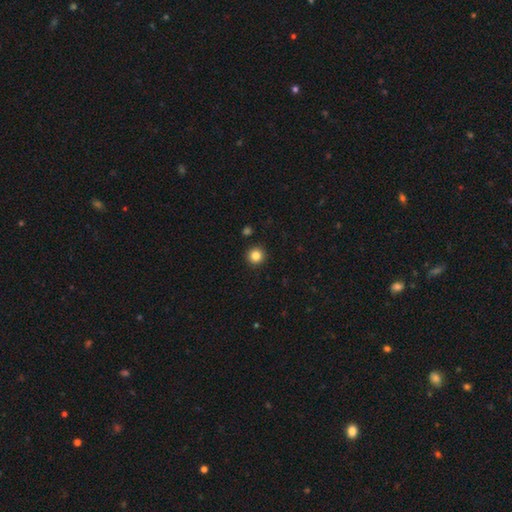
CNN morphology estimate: This appears to be a smooth galaxy with no disk features (84%) that is round (95%). Merging: none (93%).